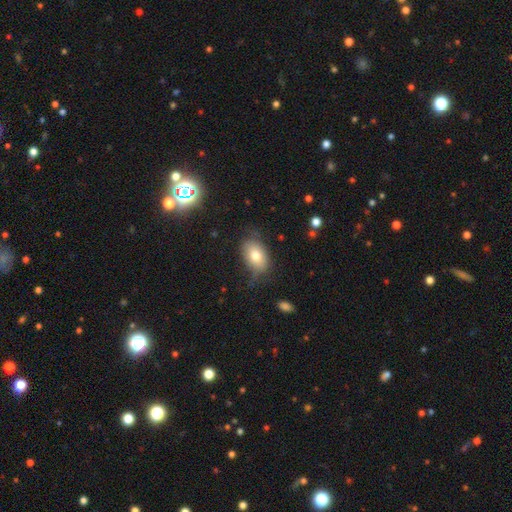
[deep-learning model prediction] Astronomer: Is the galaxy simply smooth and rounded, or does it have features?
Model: smooth — 74%.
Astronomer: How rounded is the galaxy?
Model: in between — 86%.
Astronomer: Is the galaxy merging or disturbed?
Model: none — 64%.